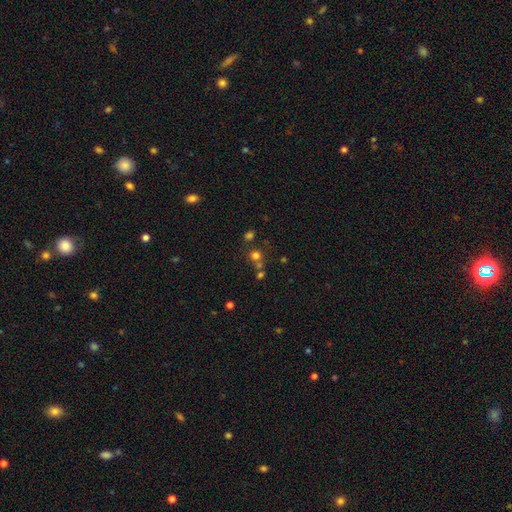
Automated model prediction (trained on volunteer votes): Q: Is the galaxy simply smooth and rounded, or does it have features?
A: smooth — 65%.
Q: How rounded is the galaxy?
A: round — 88%.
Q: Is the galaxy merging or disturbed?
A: none — 62%.